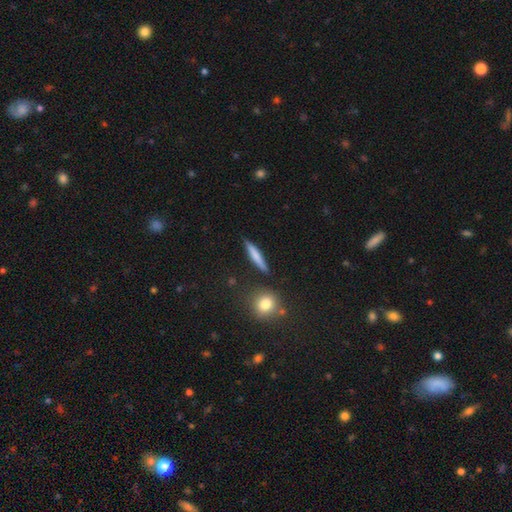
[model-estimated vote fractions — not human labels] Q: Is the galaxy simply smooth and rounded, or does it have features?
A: smooth — 67%.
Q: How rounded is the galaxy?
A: cigar-shaped — 90%.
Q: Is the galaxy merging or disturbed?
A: none — 85%.